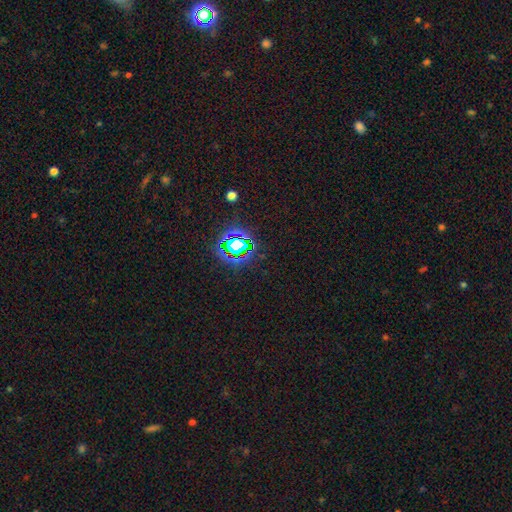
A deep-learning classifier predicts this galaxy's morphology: A star or artifact, not a galaxy (76%).

Vote fractions:
- Smooth or featured? star or artifact: 76% / smooth: 16% / featured or disk: 7%